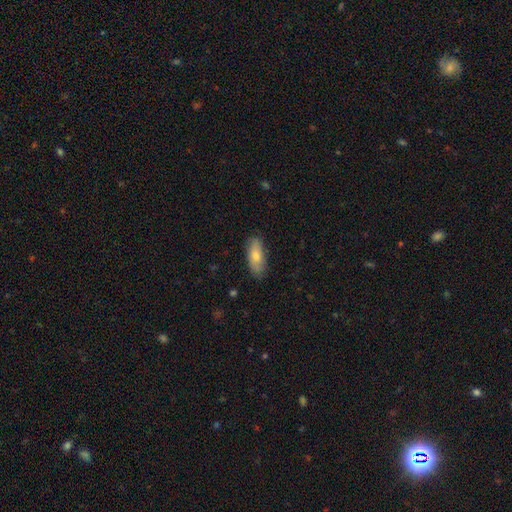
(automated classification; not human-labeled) Smooth or featured: smooth — 68% (featured or disk — 25%)
How rounded: in between — 77% (cigar-shaped — 21%)
Merging: none — 83% (minor disturbance — 14%)